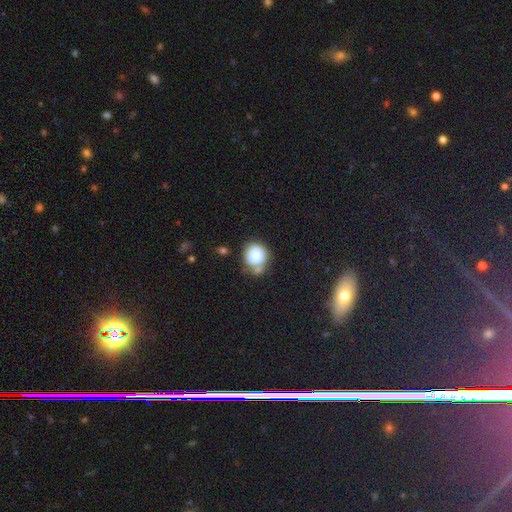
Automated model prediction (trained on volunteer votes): A smooth galaxy with no disk features (78%) that is round (82%).

Vote fractions:
- Smooth or featured? smooth: 78% / featured or disk: 12% / star or artifact: 9%
- How rounded? round: 82% / in between: 17% / cigar-shaped: 1%
- Merging? none: 53% / minor disturbance: 20% / merger: 20% / major disturbance: 7%